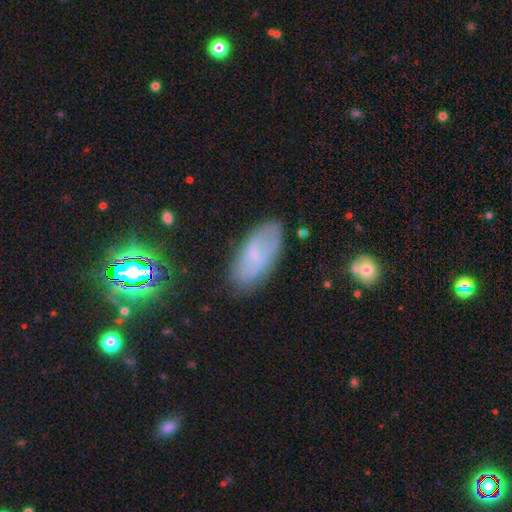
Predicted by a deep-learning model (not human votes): Smooth or featured? smooth (49%)
Merging? none (76%)